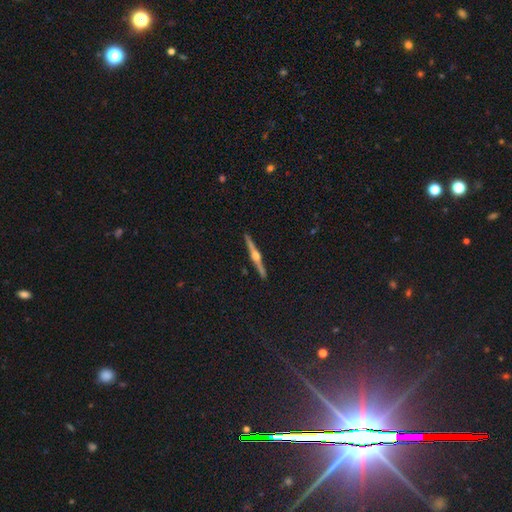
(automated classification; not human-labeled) This is clearly a featured or disk galaxy (85%). It is clearly viewed edge-on (99%). Edge-on bulge: clearly rounded (94%). Merging: clearly none (93%).